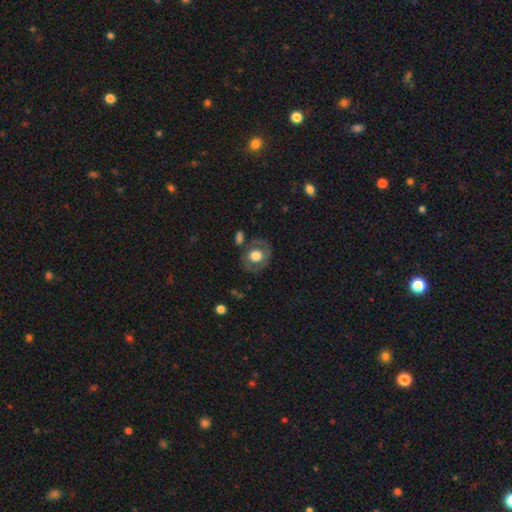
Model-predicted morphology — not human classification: The model was most divided on "smooth or featured": smooth: 55%, featured or disk: 38%, star or artifact: 7%. More confident: merging — none (72%); how rounded — round (65%).